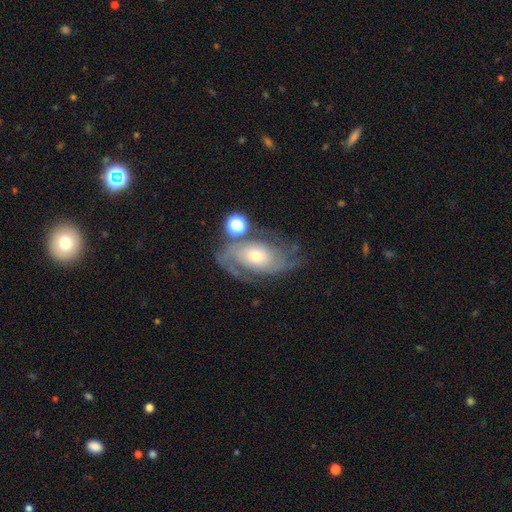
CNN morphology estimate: This appears to be a featured or disk galaxy (80%) with no bar (71%), 2 (58%) tight (43%) spiral arms (93%) and a moderate central bulge (46%). Merging: none (59%).